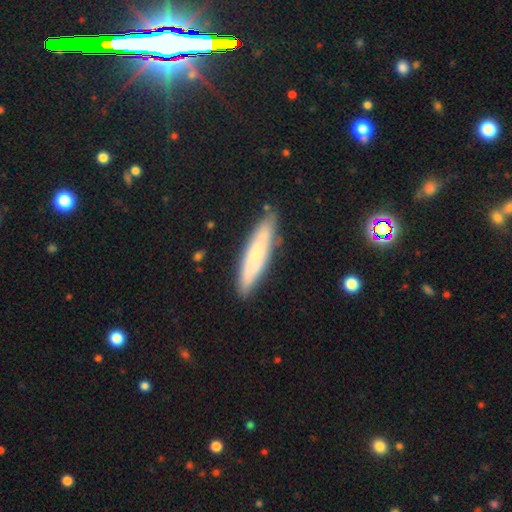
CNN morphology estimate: smooth 56%, featured or disk 36%, star or artifact 8%. Down the decision tree: how rounded — cigar-shaped (80%); merging — none (82%).